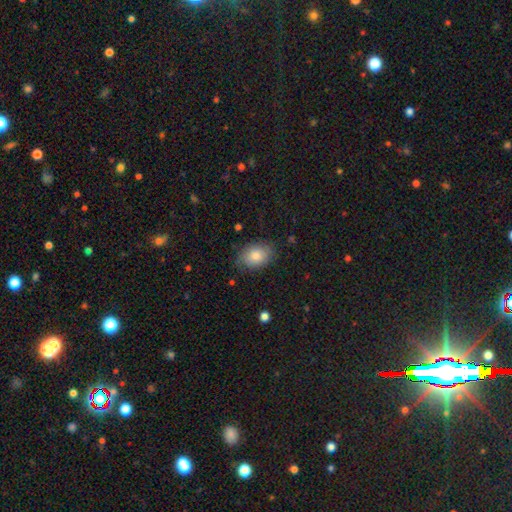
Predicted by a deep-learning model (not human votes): smooth 77%, featured or disk 15%, star or artifact 8%. Down the decision tree: how rounded — in between (82%); merging — none (76%).